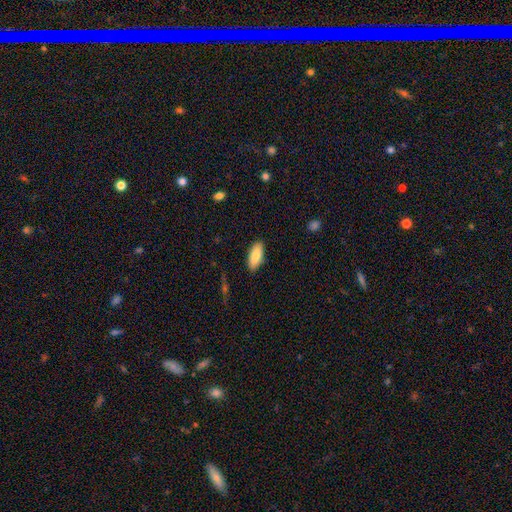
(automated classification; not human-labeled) Smooth or featured? Predicted: smooth (p=0.83). How rounded? Predicted: in between (p=0.83). Merging? Predicted: none (p=0.88).